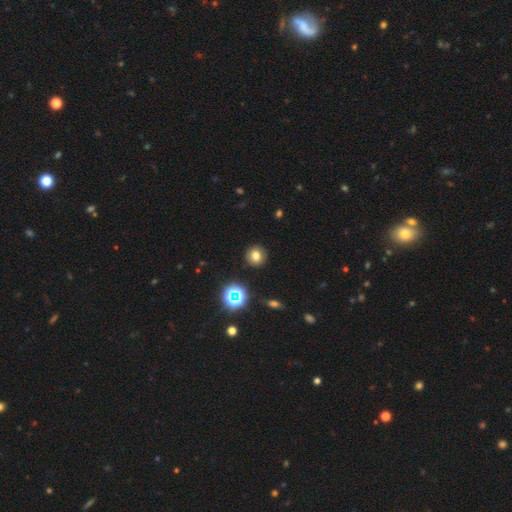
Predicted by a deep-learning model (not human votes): Smooth or featured? smooth (75%)
How rounded? round (90%)
Merging? none (91%)